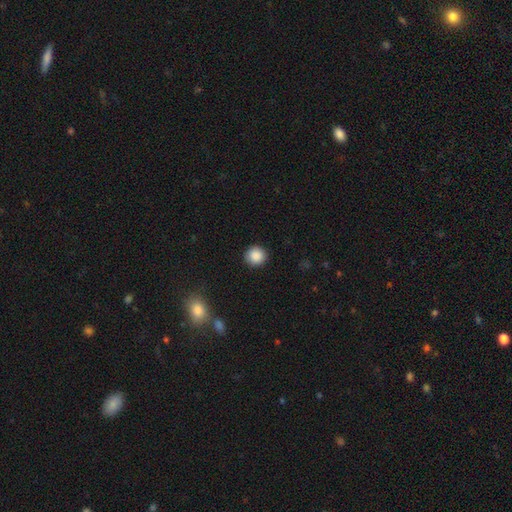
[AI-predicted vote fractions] Overall: smooth (88%). How rounded: round (93%). Merging: none (91%).